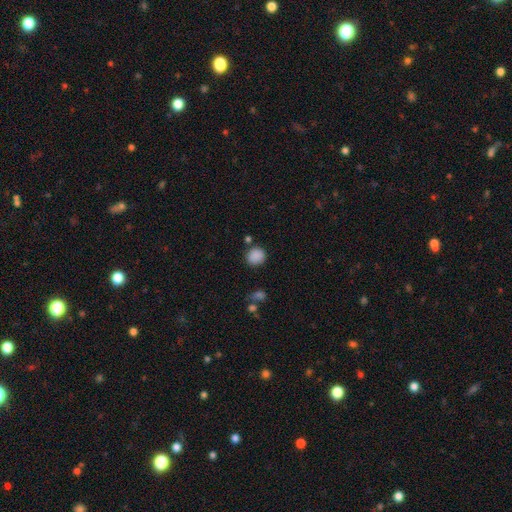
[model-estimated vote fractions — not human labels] Smooth or featured? Predicted: smooth (p=0.87). How rounded? Predicted: round (p=0.83). Merging? Predicted: none (p=0.79).